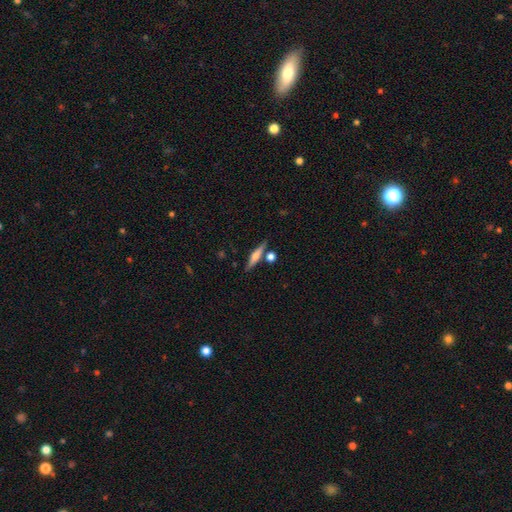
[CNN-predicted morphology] Smooth or featured? featured or disk (49%)
Merging? none (78%)